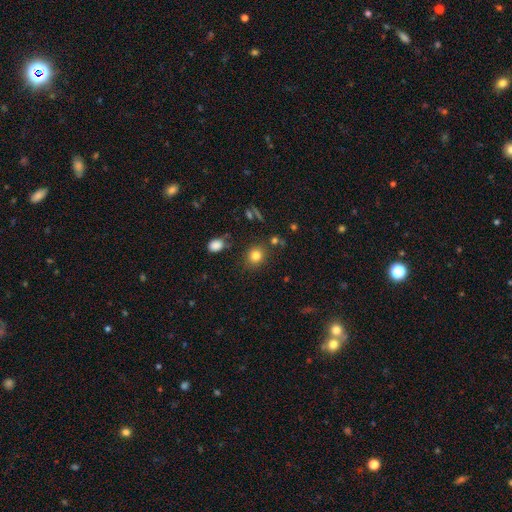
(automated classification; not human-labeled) The model was most divided on "how rounded": round: 82%, in between: 17%, cigar-shaped: 1%. More confident: merging — none (83%); smooth or featured — smooth (80%).